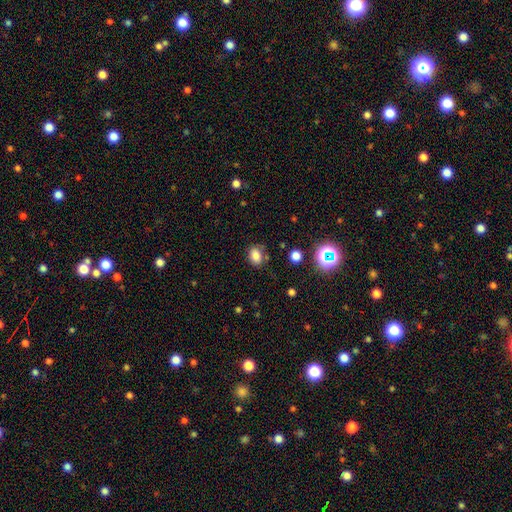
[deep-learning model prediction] Smooth or featured? smooth (79%)
How rounded? in between (68%)
Merging? none (74%)